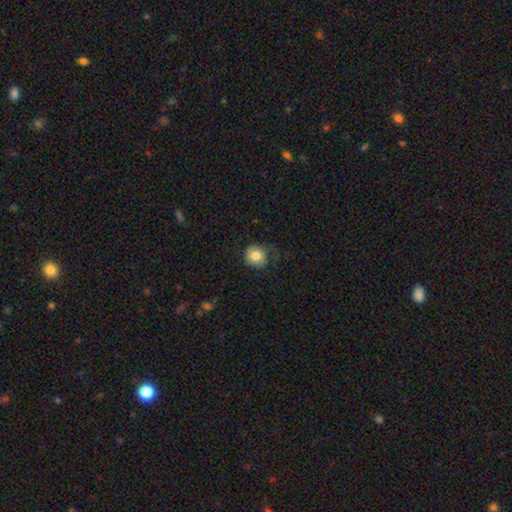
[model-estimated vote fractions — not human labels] smooth_or_featured: smooth (p=0.79) [alt: featured or disk p=0.13]
how_rounded: round (p=0.82) [alt: in between p=0.17]
merging: none (p=0.55) [alt: minor disturbance p=0.26]